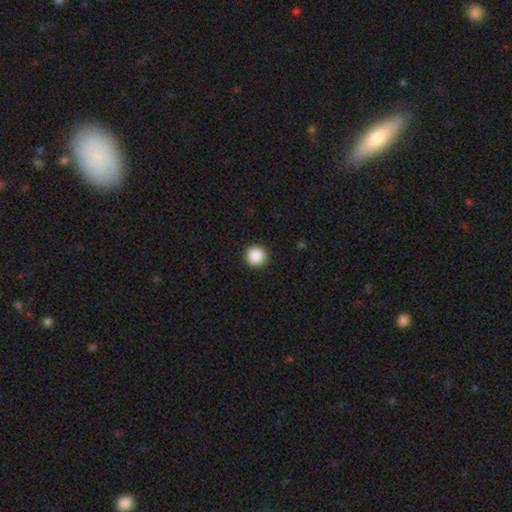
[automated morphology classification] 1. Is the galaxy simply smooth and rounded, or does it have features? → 89% smooth, 9% star or artifact, 3% featured or disk.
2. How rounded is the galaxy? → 97% round, 2% in between, 1% cigar-shaped.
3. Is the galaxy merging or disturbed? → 93% none, 4% minor disturbance, 2% major disturbance, 1% merger.